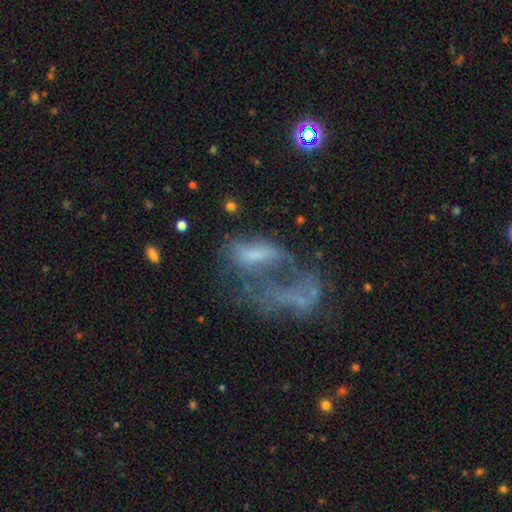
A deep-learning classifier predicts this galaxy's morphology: Smooth or featured? Predicted: featured or disk (p=0.46). Merging? Predicted: major disturbance (p=0.46).